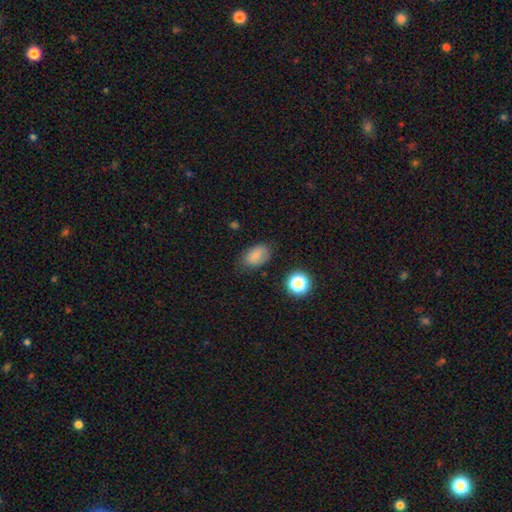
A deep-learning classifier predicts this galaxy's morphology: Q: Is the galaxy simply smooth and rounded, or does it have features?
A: smooth — 80%.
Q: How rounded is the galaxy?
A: in between — 87%.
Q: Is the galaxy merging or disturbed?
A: none — 72%.